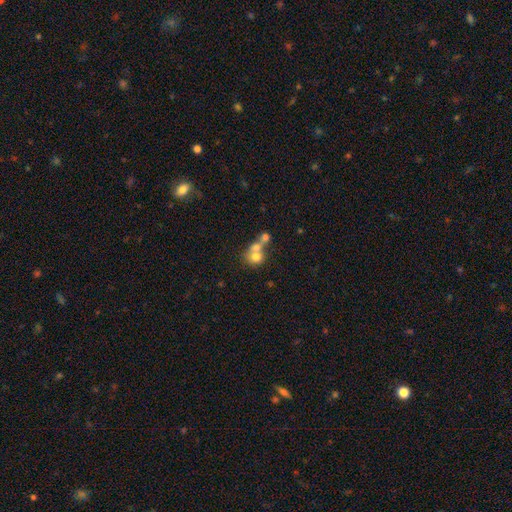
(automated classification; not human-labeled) A smooth galaxy with no disk features (67%) that is round (77%). Merging: merger (61%).